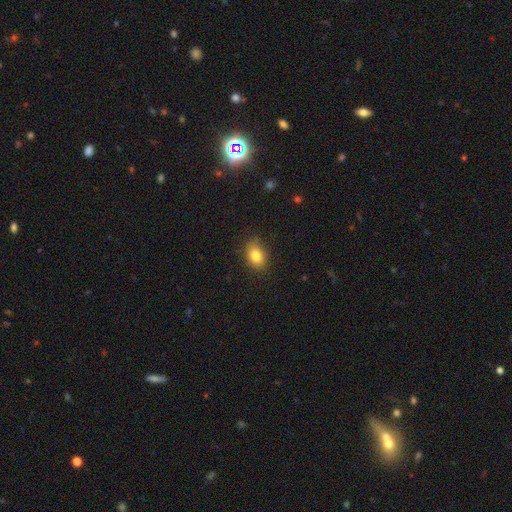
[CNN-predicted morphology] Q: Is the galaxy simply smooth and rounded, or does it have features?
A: smooth — 83%.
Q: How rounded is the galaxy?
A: in between — 75%.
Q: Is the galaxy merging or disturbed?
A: none — 82%.